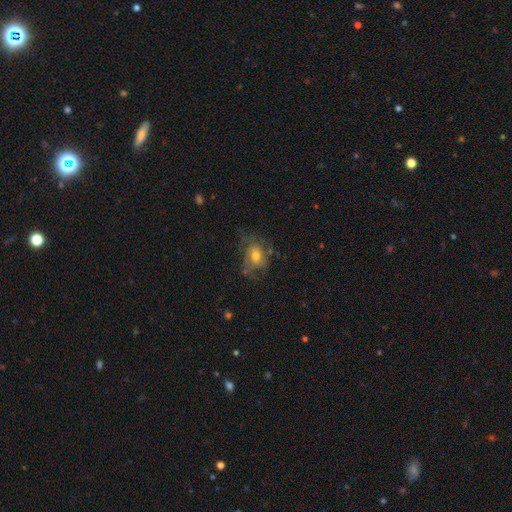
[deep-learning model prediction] A featured or disk galaxy (53%) with no bar (72%), spiral arms (69%) and a moderate central bulge (65%). Merging: none (50%).